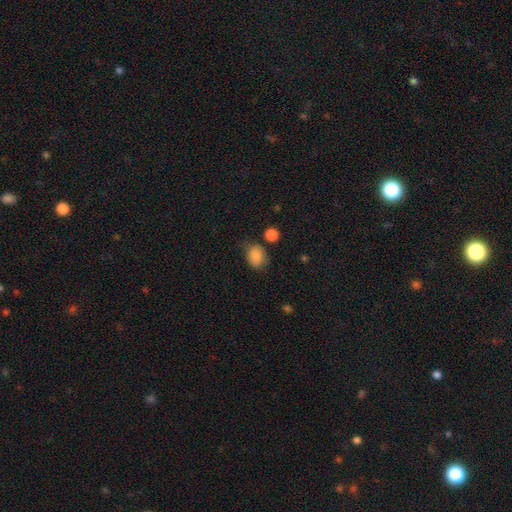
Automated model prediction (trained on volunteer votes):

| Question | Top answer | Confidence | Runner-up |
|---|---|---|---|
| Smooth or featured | smooth | 85% | star or artifact (9%) |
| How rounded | in between | 55% | round (44%) |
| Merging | none | 67% | minor disturbance (22%) |